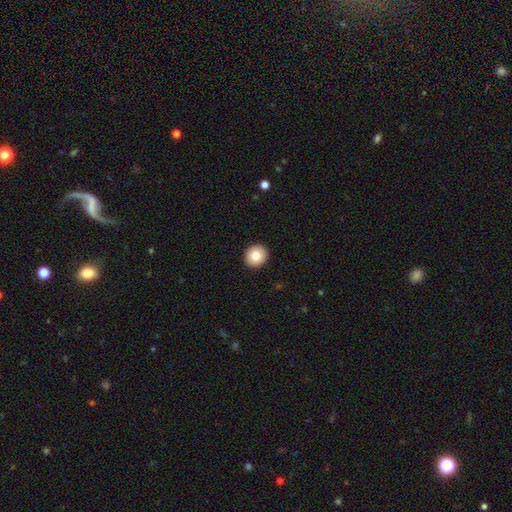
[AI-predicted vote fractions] A smooth galaxy with no disk features (80%) that is round (84%).

Vote fractions:
- Smooth or featured? smooth: 80% / featured or disk: 11% / star or artifact: 8%
- How rounded? round: 84% / in between: 15% / cigar-shaped: 1%
- Merging? none: 93% / minor disturbance: 5% / major disturbance: 1% / merger: 1%